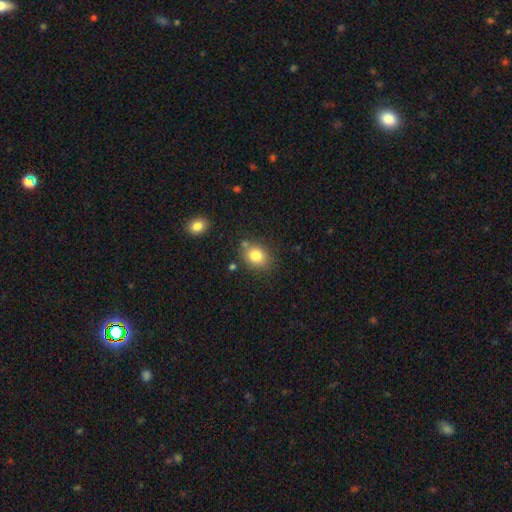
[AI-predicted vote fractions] Smooth or featured? smooth (82%)
How rounded? round (56%)
Merging? none (75%)